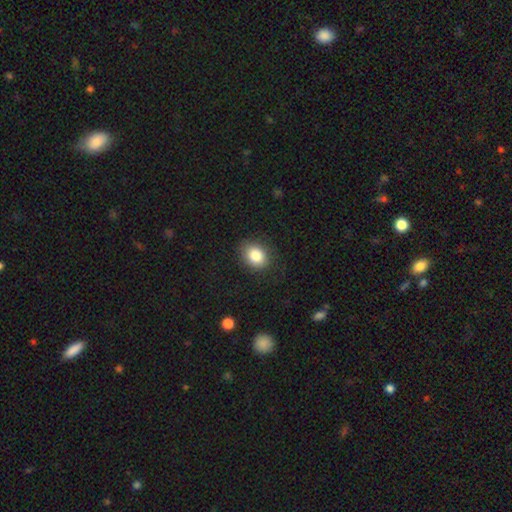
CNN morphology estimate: A smooth galaxy with no disk features (84%) that is in between round and cigar-shaped (52%). Merging: none (84%).